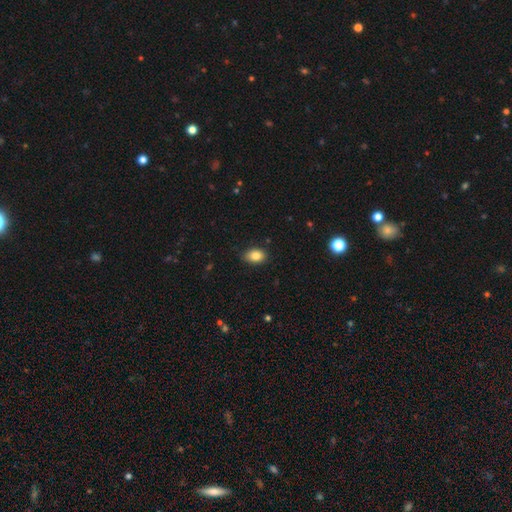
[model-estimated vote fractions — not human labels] A smooth galaxy with no disk features (85%) that is in between round and cigar-shaped (83%). Merging: none (84%).